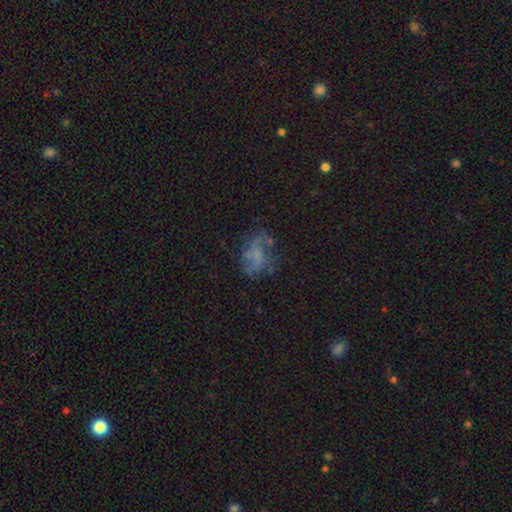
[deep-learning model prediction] Smooth or featured?
  - featured or disk: 49% *
  - smooth: 35%
  - star or artifact: 16%
Merging?
  - none: 48% *
  - major disturbance: 25%
  - minor disturbance: 22%
  - merger: 4%